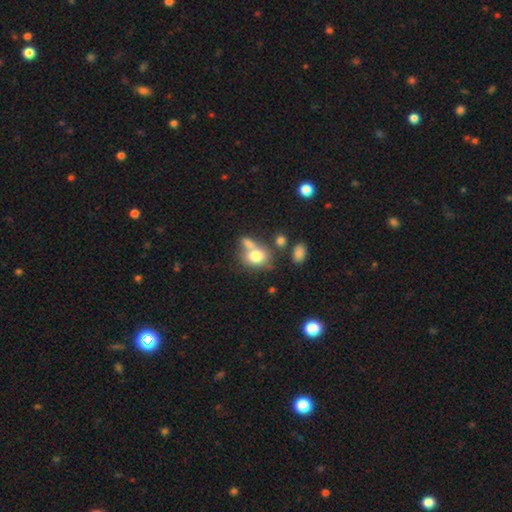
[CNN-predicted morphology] type=smooth (76%); roundness=in between (56%); merging=merger (43%).